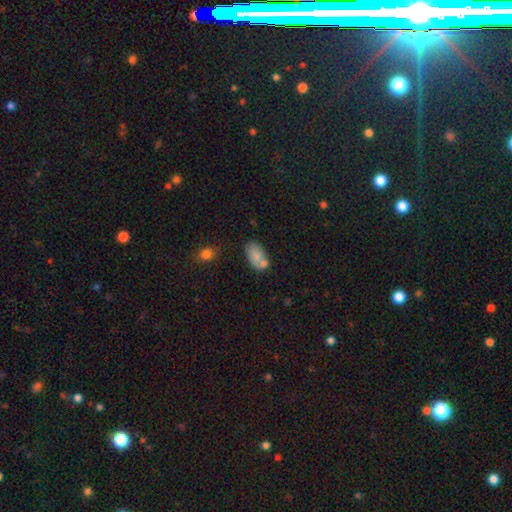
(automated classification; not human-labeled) A smooth galaxy with no disk features (79%) that is in between round and cigar-shaped (92%).

Vote fractions:
- Smooth or featured? smooth: 79% / featured or disk: 13% / star or artifact: 8%
- How rounded? in between: 92% / round: 6% / cigar-shaped: 2%
- Merging? none: 50% / merger: 26% / minor disturbance: 18% / major disturbance: 6%